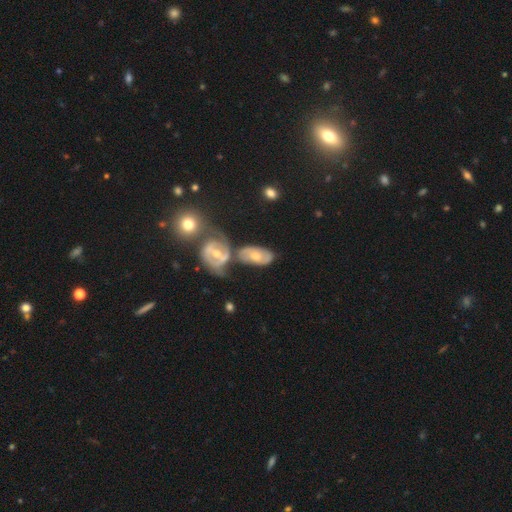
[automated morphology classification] Smooth or featured: featured or disk — 56% (smooth — 38%)
Edge-on disk: no — 91% (yes — 9%)
Bar: no — 61% (weak — 27%)
Spiral arms: yes — 60% (no — 40%)
Bulge size: moderate — 66% (small — 27%)
Merging: none — 39% (merger — 36%)